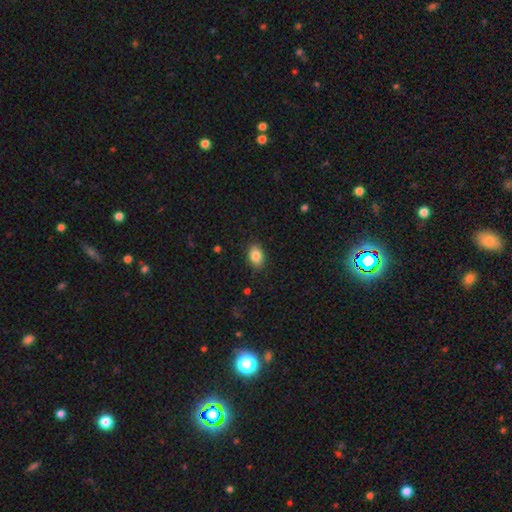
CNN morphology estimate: The model was most divided on "how rounded": in between: 83%, round: 16%, cigar-shaped: 1%. More confident: merging — none (88%); smooth or featured — smooth (85%).